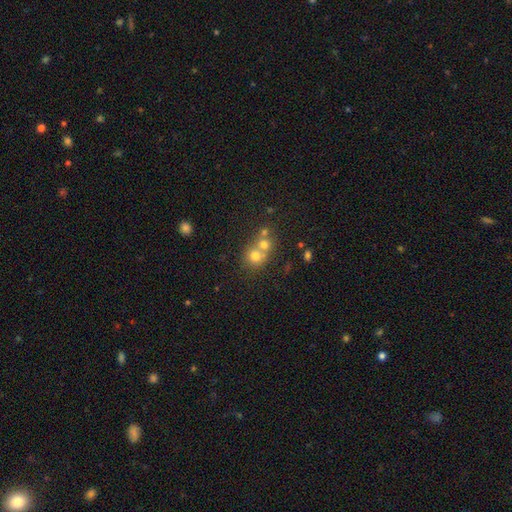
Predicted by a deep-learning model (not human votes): smooth 69%, featured or disk 16%, star or artifact 15%. Down the decision tree: how rounded — round (81%); merging — merger (55%).